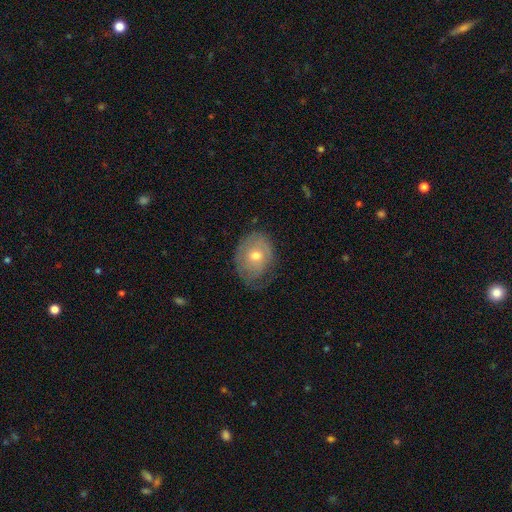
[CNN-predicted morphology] Smooth or featured?
  - smooth: 51% *
  - featured or disk: 41%
  - star or artifact: 8%
How rounded?
  - in between: 55% *
  - round: 44%
  - cigar-shaped: 1%
Merging?
  - none: 53% *
  - minor disturbance: 32%
  - major disturbance: 14%
  - merger: 1%